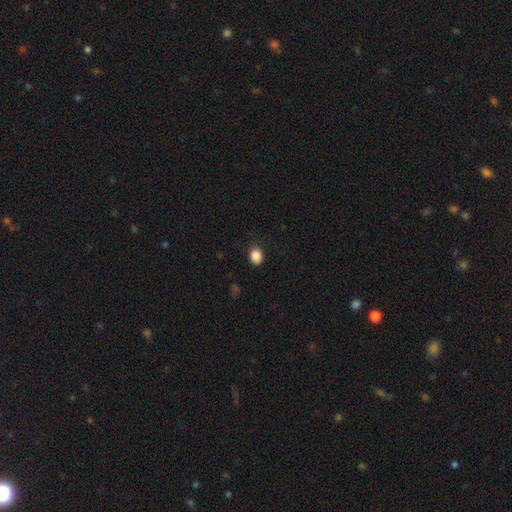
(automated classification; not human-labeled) Morphology: type=smooth (88%); roundness=round (50%); merging=none (86%).